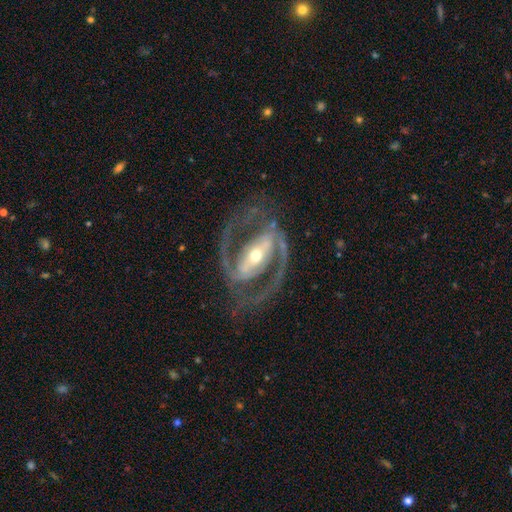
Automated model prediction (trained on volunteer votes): The model was most divided on "bulge size": moderate: 48%, small: 46%, large: 4%, dominant: 1%, none: 1%. More confident: spiral arms — yes (97%); edge-on disk — no (96%); spiral arm count — 2 (93%); smooth or featured — featured or disk (92%); merging — none (78%); bar — strong (67%); spiral winding — medium (61%).